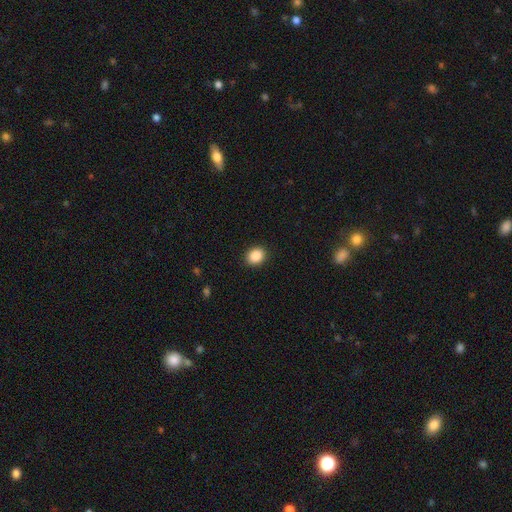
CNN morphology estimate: Smooth or featured?
  - smooth: 88% *
  - star or artifact: 9%
  - featured or disk: 3%
How rounded?
  - round: 55% *
  - in between: 44%
  - cigar-shaped: 1%
Merging?
  - none: 91% *
  - minor disturbance: 6%
  - major disturbance: 2%
  - merger: 1%